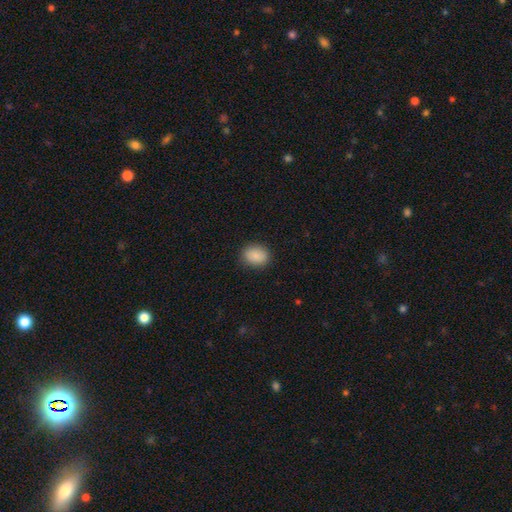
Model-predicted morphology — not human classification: This is clearly a smooth galaxy (89%). How rounded: possibly in between (59%). Merging: clearly none (86%).